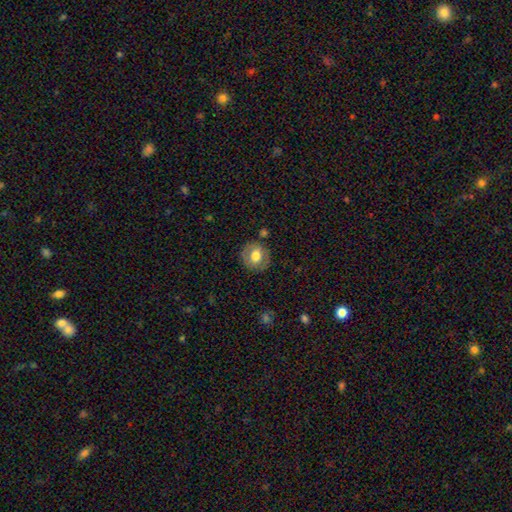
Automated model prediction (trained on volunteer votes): Smooth or featured? smooth (62%)
How rounded? round (83%)
Merging? none (82%)